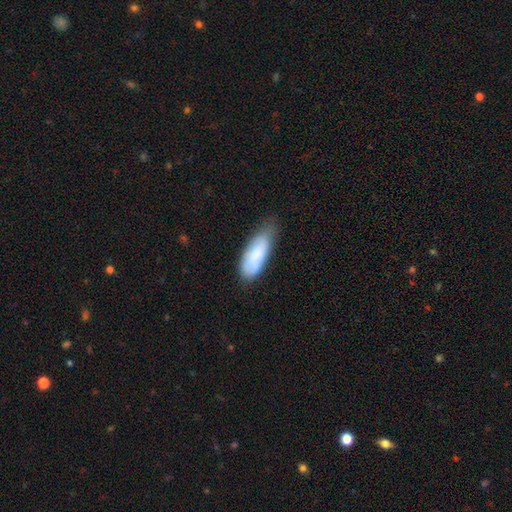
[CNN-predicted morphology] Smooth or featured? Predicted: smooth (p=0.79). How rounded? Predicted: in between (p=0.75). Merging? Predicted: none (p=0.44).